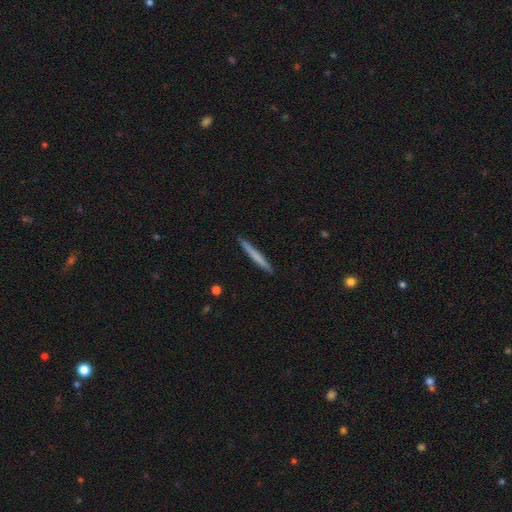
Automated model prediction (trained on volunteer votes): smooth_or_featured: smooth (p=0.64) [alt: featured or disk p=0.31]
how_rounded: cigar-shaped (p=0.97) [alt: in between p=0.02]
merging: none (p=0.92) [alt: minor disturbance p=0.06]